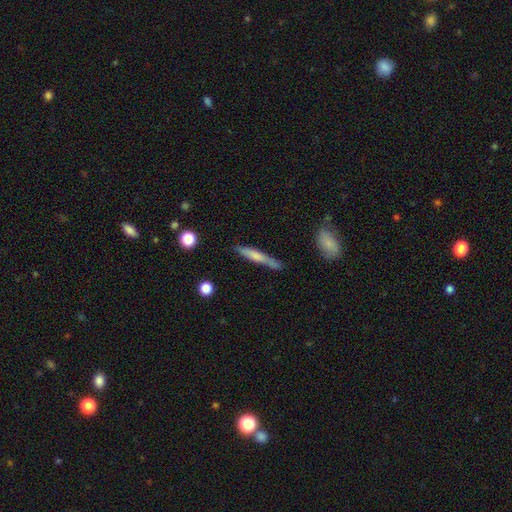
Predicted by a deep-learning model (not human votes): A smooth galaxy with no disk features (60%) that is cigar-shaped (92%).

Vote fractions:
- Smooth or featured? smooth: 60% / featured or disk: 34% / star or artifact: 6%
- How rounded? cigar-shaped: 92% / in between: 6% / round: 2%
- Merging? none: 75% / minor disturbance: 17% / merger: 5% / major disturbance: 4%